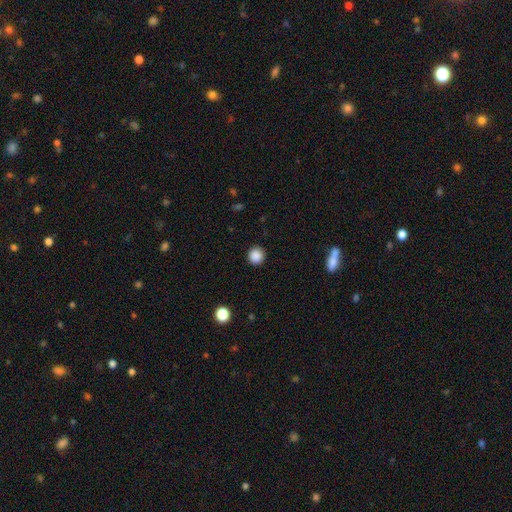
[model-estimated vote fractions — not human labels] A smooth galaxy with no disk features (87%) that is round (94%).

Vote fractions:
- Smooth or featured? smooth: 87% / star or artifact: 10% / featured or disk: 3%
- How rounded? round: 94% / in between: 5% / cigar-shaped: 1%
- Merging? none: 92% / minor disturbance: 5% / major disturbance: 2% / merger: 1%